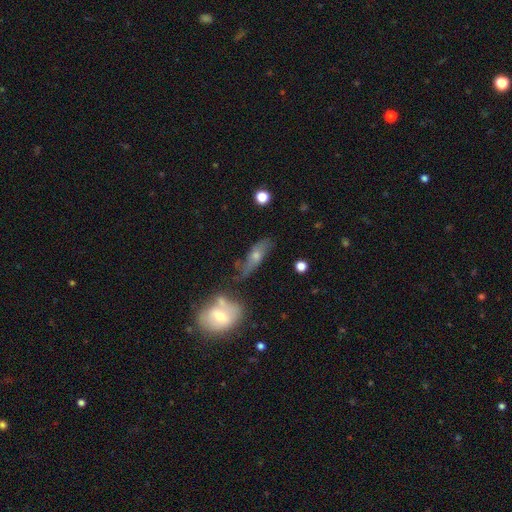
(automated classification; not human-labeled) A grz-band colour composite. It shows a featured or disk galaxy (50%). Merging: none (55%).